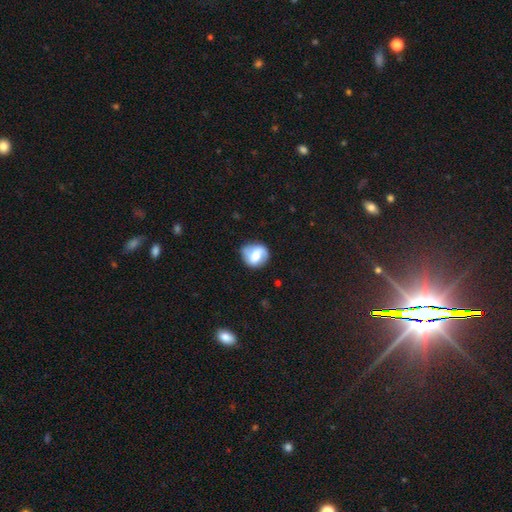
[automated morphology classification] Smooth or featured: featured or disk — 52% (smooth — 40%)
Edge-on disk: no — 96% (yes — 4%)
Bar: weak — 41% (no — 33%)
Spiral arms: yes — 78% (no — 22%)
Bulge size: moderate — 62% (small — 18%)
Merging: none — 75% (minor disturbance — 18%)